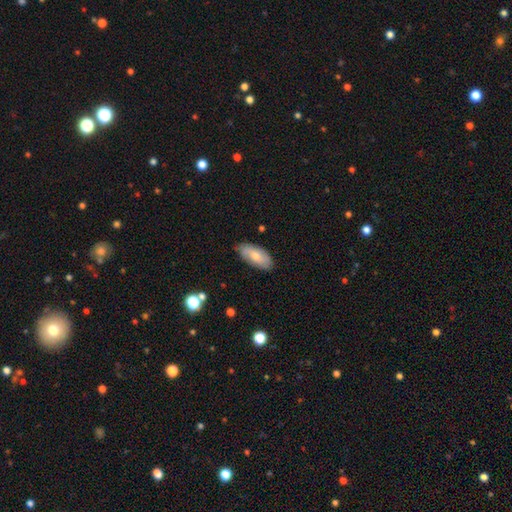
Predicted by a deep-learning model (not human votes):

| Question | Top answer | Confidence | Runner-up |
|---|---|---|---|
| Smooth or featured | smooth | 70% | featured or disk (24%) |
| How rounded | in between | 90% | cigar-shaped (8%) |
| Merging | none | 79% | minor disturbance (17%) |